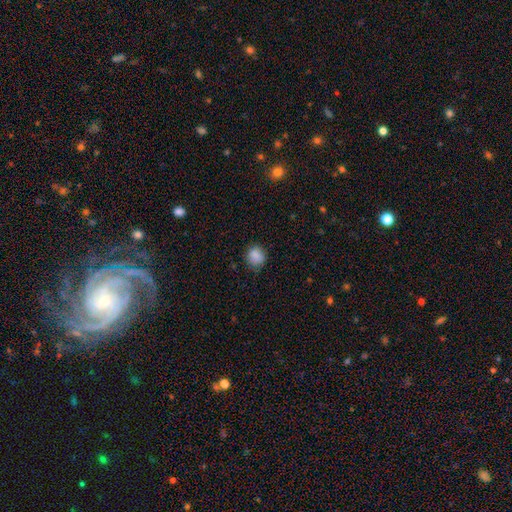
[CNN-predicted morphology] This is clearly a smooth galaxy (87%). How rounded: likely round (76%). Merging: likely none (78%).